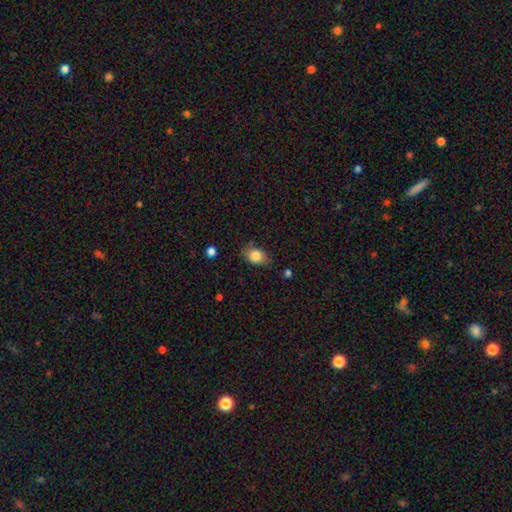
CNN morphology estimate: The model was most divided on "how rounded": in between: 75%, round: 24%, cigar-shaped: 2%. More confident: smooth or featured — smooth (82%); merging — none (74%).